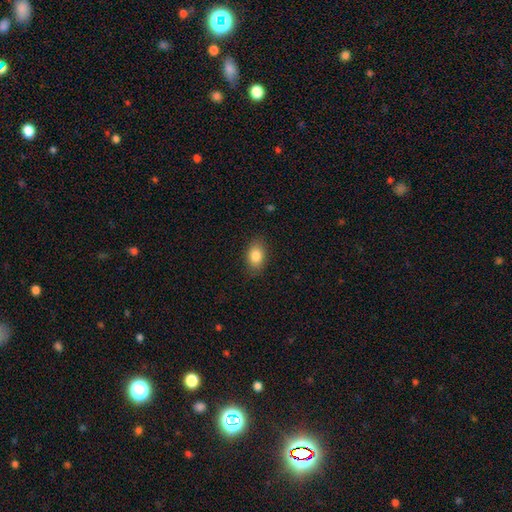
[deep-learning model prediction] The model was most divided on "how rounded": in between: 83%, round: 15%, cigar-shaped: 2%. More confident: merging — none (86%); smooth or featured — smooth (84%).